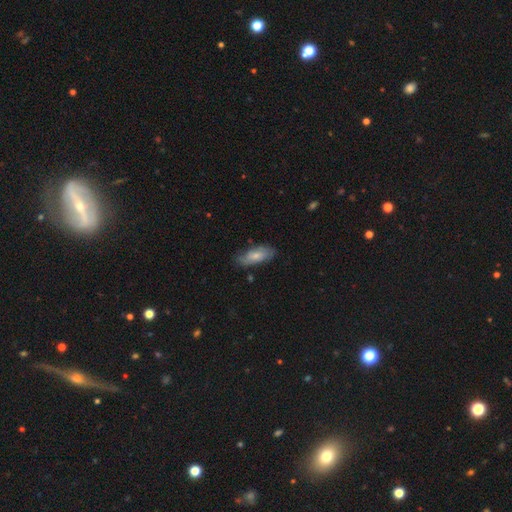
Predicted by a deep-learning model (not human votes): The model was most divided on "smooth or featured": smooth: 59%, featured or disk: 35%, star or artifact: 6%. More confident: how rounded — in between (80%); merging — none (70%).